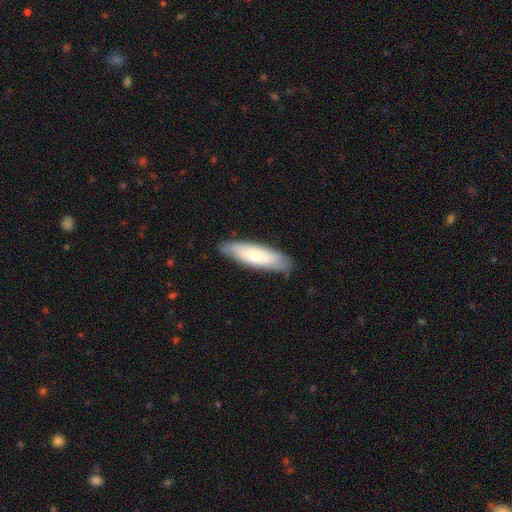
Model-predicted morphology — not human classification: A smooth galaxy with no disk features (71%) that is cigar-shaped (60%).

Vote fractions:
- Smooth or featured? smooth: 71% / featured or disk: 24% / star or artifact: 6%
- How rounded? cigar-shaped: 60% / in between: 39% / round: 1%
- Merging? none: 80% / minor disturbance: 16% / major disturbance: 3% / merger: 1%